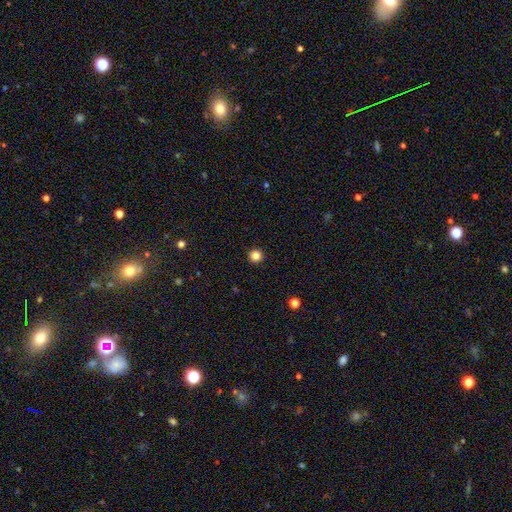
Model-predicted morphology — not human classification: smooth_or_featured: smooth (p=0.84) [alt: star or artifact p=0.12]
how_rounded: round (p=0.96) [alt: in between p=0.03]
merging: none (p=0.94) [alt: minor disturbance p=0.04]